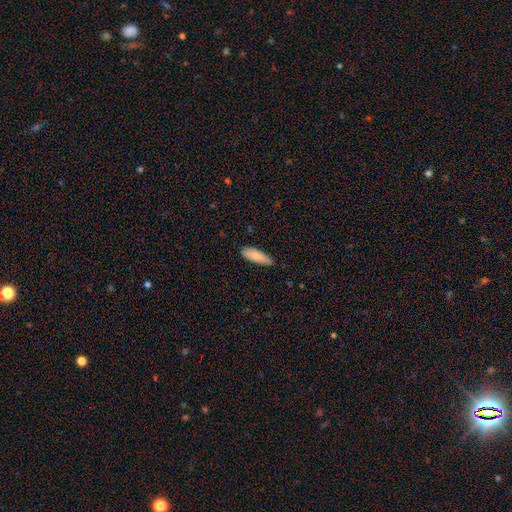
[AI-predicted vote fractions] Q: Smooth or featured?
A: smooth (86%); runner-up: featured or disk (8%)
Q: How rounded?
A: in between (54%); runner-up: cigar-shaped (45%)
Q: Merging?
A: none (81%); runner-up: minor disturbance (16%)